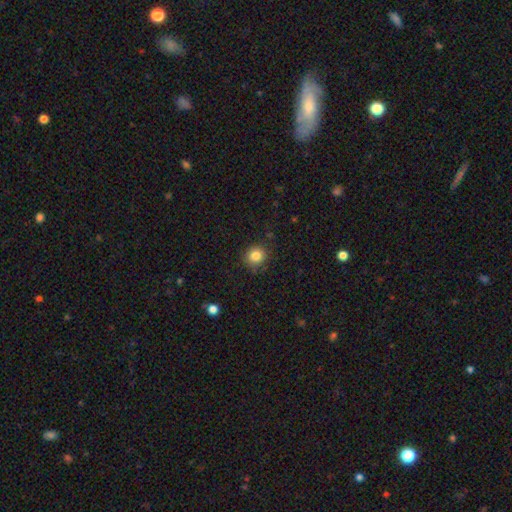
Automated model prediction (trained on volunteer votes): smooth_or_featured: smooth (p=0.83) [alt: star or artifact p=0.11]
how_rounded: round (p=0.85) [alt: in between p=0.14]
merging: none (p=0.85) [alt: minor disturbance p=0.11]